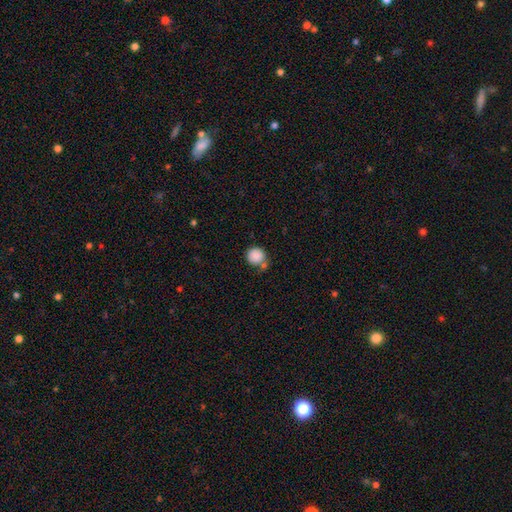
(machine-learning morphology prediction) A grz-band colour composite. It shows a smooth galaxy with no disk features (87%) that is round (93%). Merging: none (66%).